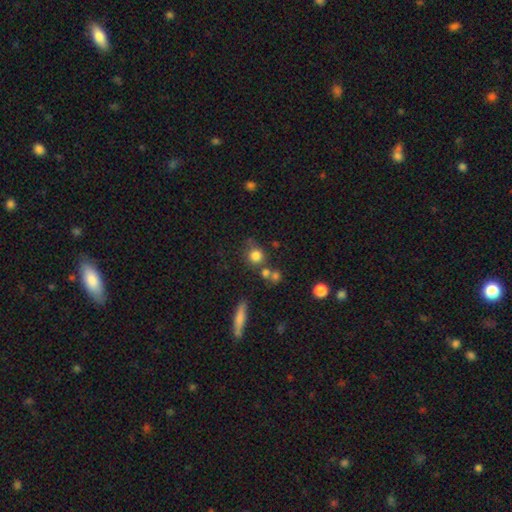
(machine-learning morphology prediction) Smooth or featured: smooth — 80% (star or artifact — 12%)
How rounded: round — 87% (in between — 11%)
Merging: none — 64% (merger — 18%)